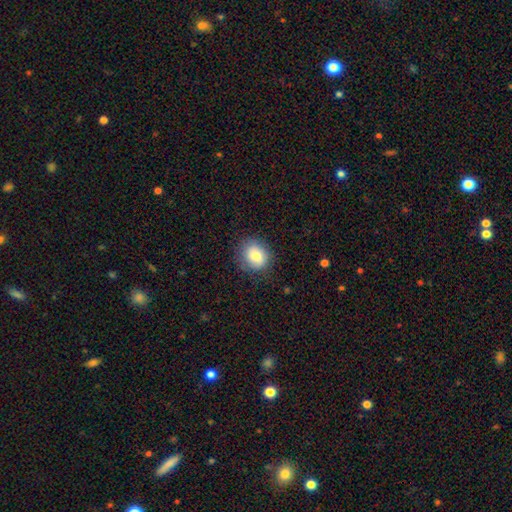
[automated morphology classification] A smooth galaxy with no disk features (81%) that is round (66%). Merging: none (80%).